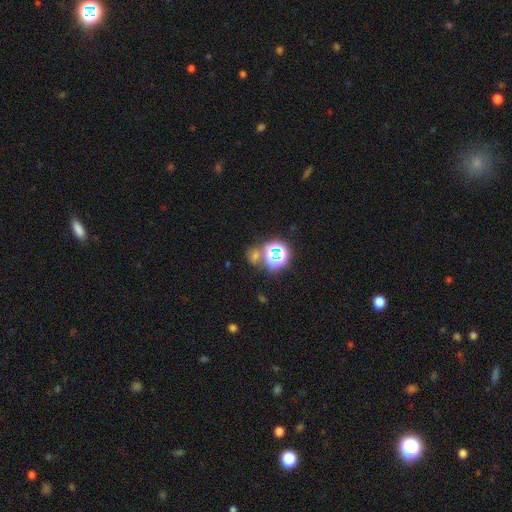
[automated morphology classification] smooth_or_featured: star or artifact (p=0.55) [alt: smooth p=0.36]